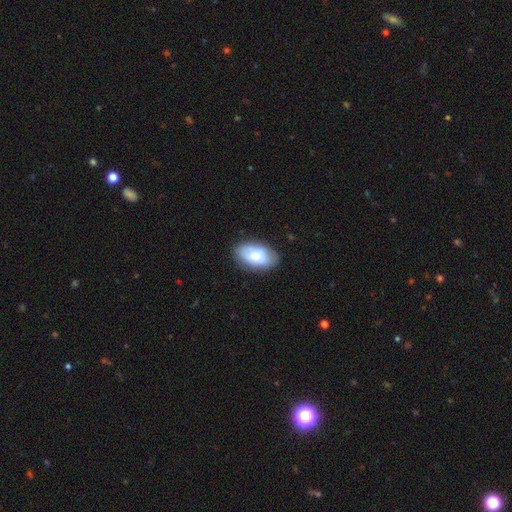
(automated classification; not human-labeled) This appears to be a smooth galaxy with no disk features (73%) that is in between round and cigar-shaped (94%). Merging: none (83%).